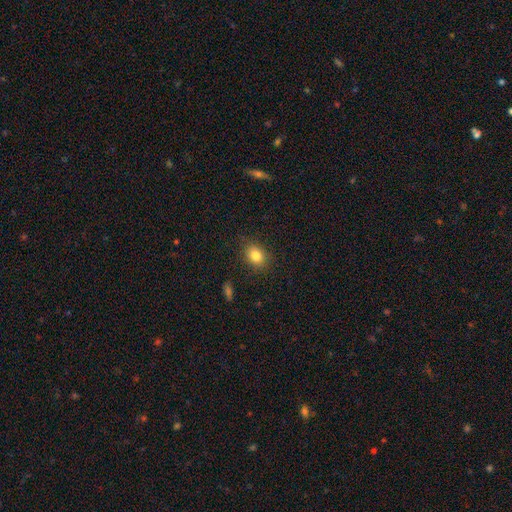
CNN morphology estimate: A smooth galaxy with no disk features (82%) that is in between round and cigar-shaped (56%). Merging: none (84%).